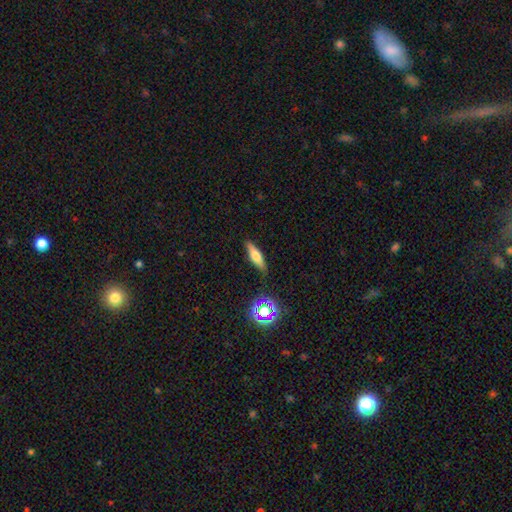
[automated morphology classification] The model was most divided on "how rounded": cigar-shaped: 61%, in between: 36%, round: 3%. More confident: merging — none (83%); smooth or featured — smooth (59%).